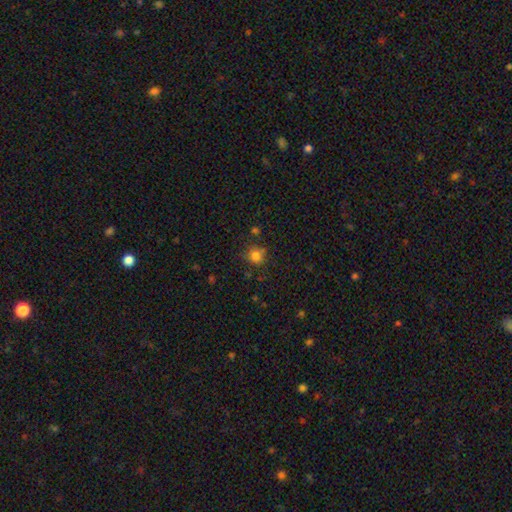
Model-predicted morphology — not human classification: smooth-or-featured: smooth: 80% | star or artifact: 14% | featured or disk: 6%
  how-rounded: round: 90% | in between: 9% | cigar-shaped: 1%
  merging: none: 78% | minor disturbance: 12% | merger: 7% | major disturbance: 4%